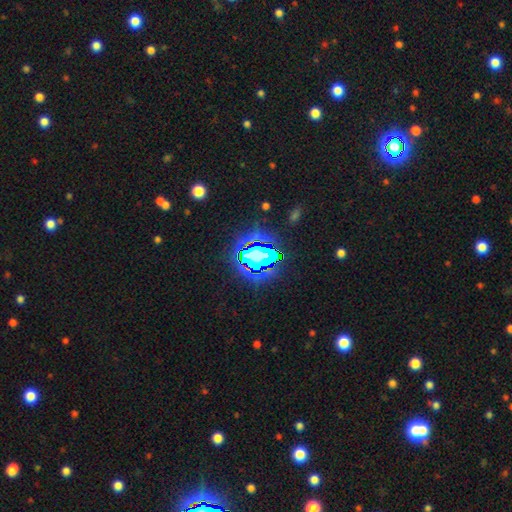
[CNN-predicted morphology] Smooth or featured?
  - star or artifact: 60% *
  - smooth: 24%
  - featured or disk: 16%